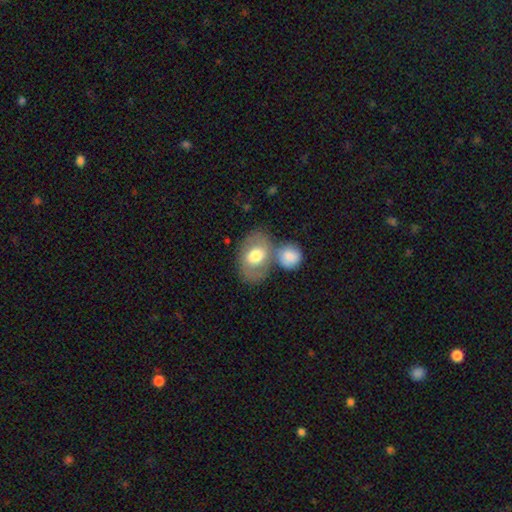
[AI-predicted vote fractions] smooth 64%, featured or disk 30%, star or artifact 6%. Down the decision tree: how rounded — in between (73%); merging — none (44%).